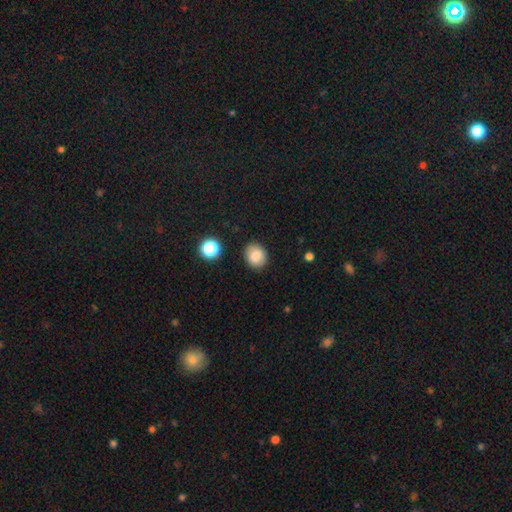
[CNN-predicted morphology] A smooth galaxy with no disk features (84%) that is round (61%). Merging: none (86%).